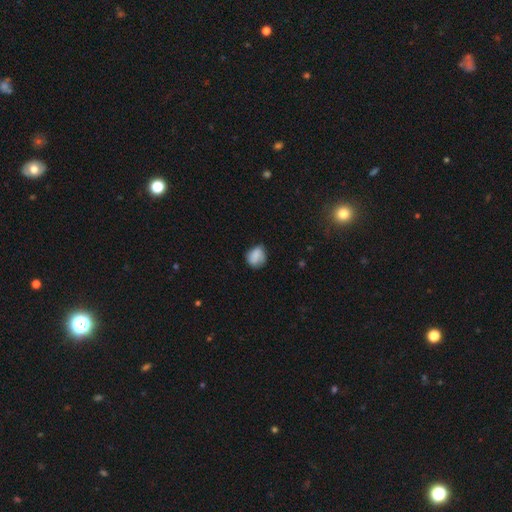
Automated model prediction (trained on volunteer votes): The model was most divided on "how rounded": round: 60%, in between: 39%, cigar-shaped: 1%. More confident: smooth or featured — smooth (76%); merging — none (60%).